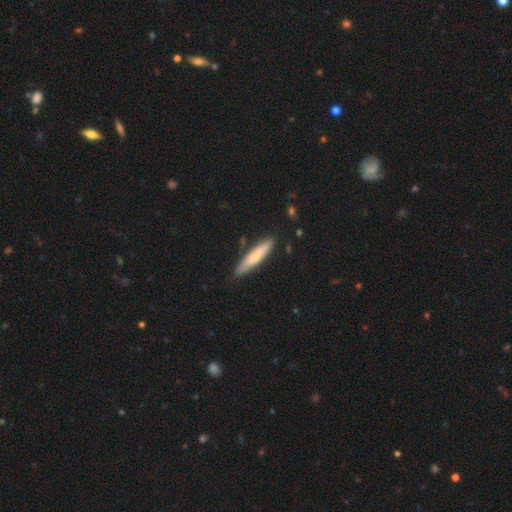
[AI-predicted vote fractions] The model was most divided on "smooth or featured": smooth: 70%, featured or disk: 25%, star or artifact: 5%. More confident: how rounded — cigar-shaped (87%); merging — none (82%).